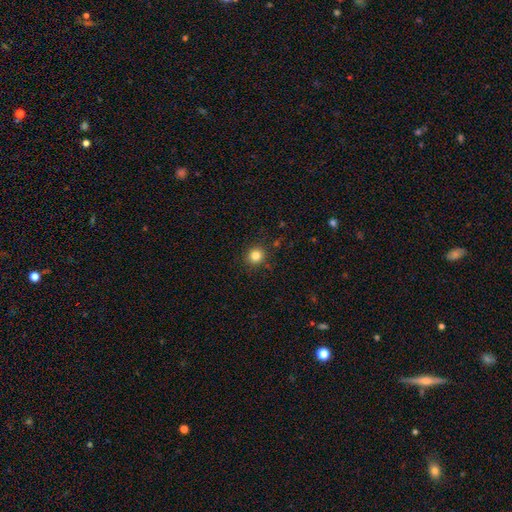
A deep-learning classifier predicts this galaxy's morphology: smooth 83%, star or artifact 12%, featured or disk 5%. Down the decision tree: how rounded — round (91%); merging — none (89%).